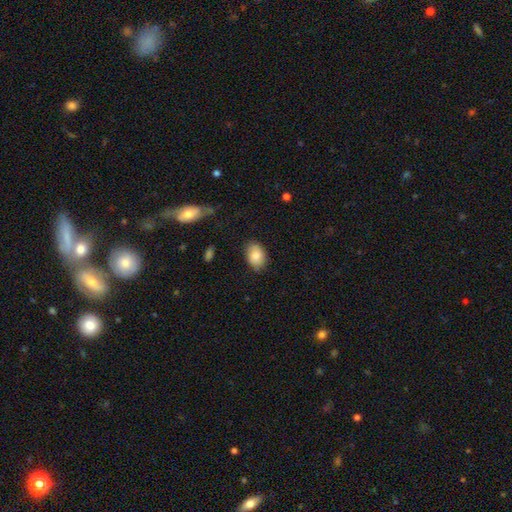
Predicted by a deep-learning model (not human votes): smooth-or-featured: smooth: 83% | featured or disk: 10% | star or artifact: 7%
  how-rounded: in between: 79% | round: 19% | cigar-shaped: 1%
  merging: none: 78% | minor disturbance: 17% | major disturbance: 3% | merger: 1%